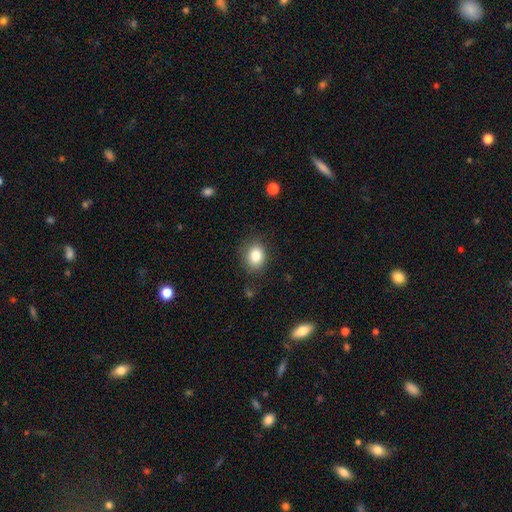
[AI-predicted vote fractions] This appears to be a smooth galaxy with no disk features (84%) that is round (54%). Merging: none (83%).